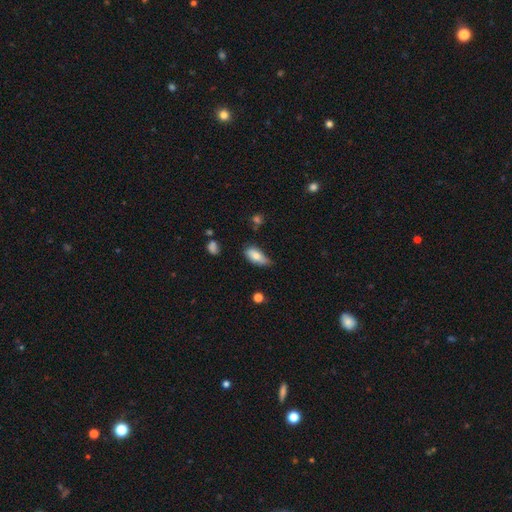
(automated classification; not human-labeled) smooth-or-featured: smooth: 78% | featured or disk: 15% | star or artifact: 7%
  how-rounded: in between: 86% | cigar-shaped: 11% | round: 3%
  merging: none: 44% | minor disturbance: 43% | major disturbance: 10% | merger: 3%